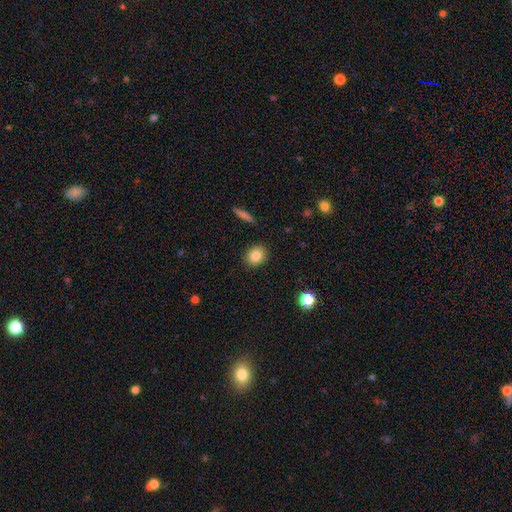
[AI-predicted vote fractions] This appears to be a smooth galaxy with no disk features (83%) that is round (65%). Merging: none (89%).